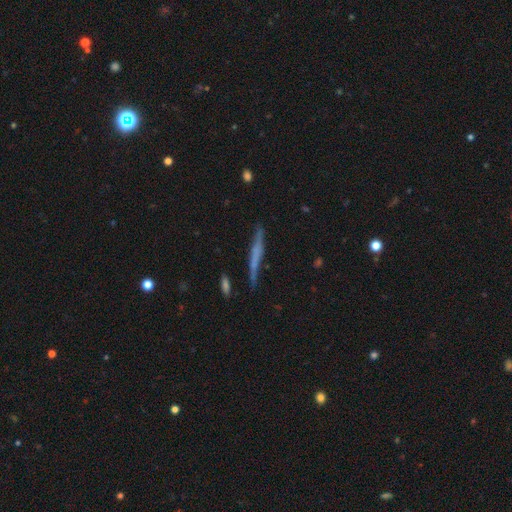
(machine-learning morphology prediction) This is possibly a featured or disk galaxy (50%). Merging: likely none (77%).